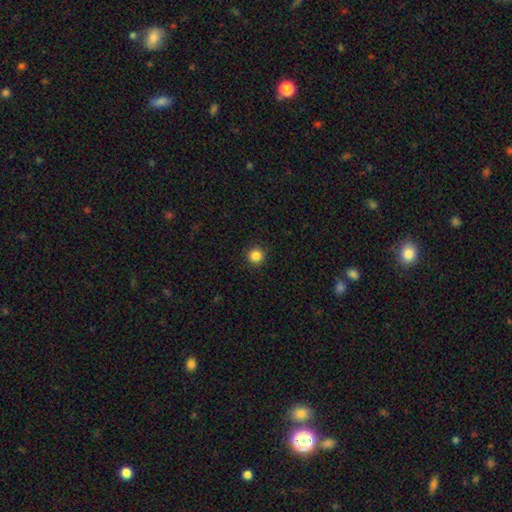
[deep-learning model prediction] This appears to be a smooth galaxy with no disk features (86%) that is round (96%). Merging: none (92%).